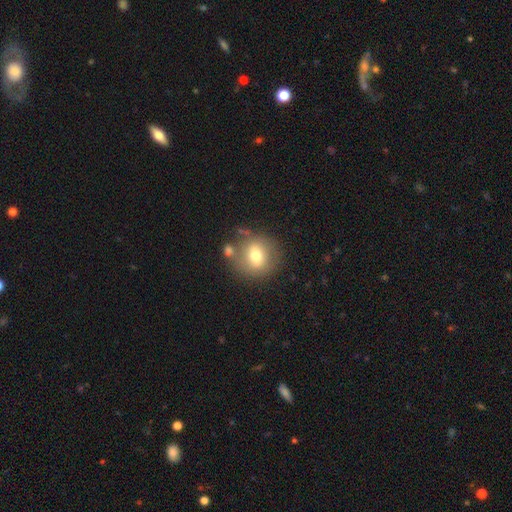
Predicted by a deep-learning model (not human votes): Smooth or featured? smooth (69%)
How rounded? round (83%)
Merging? none (72%)